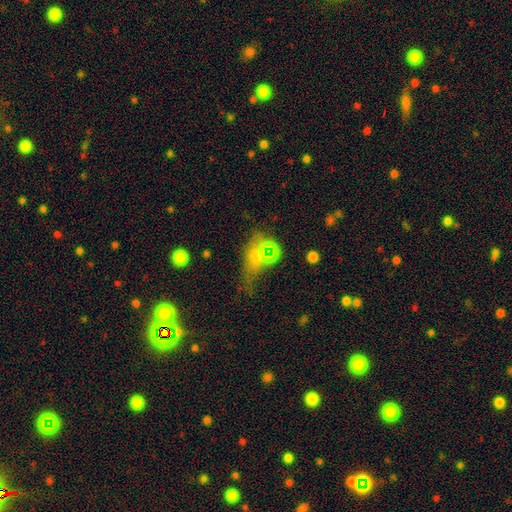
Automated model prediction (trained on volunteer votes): The model was most divided on "smooth or featured": star or artifact: 42%, smooth: 31%, featured or disk: 28%.